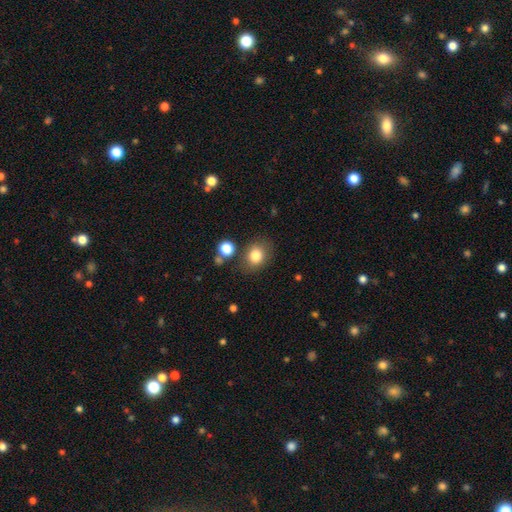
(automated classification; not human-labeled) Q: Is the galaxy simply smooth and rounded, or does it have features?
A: smooth — 82%.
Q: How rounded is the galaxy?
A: round — 52%.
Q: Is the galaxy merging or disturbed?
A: none — 77%.